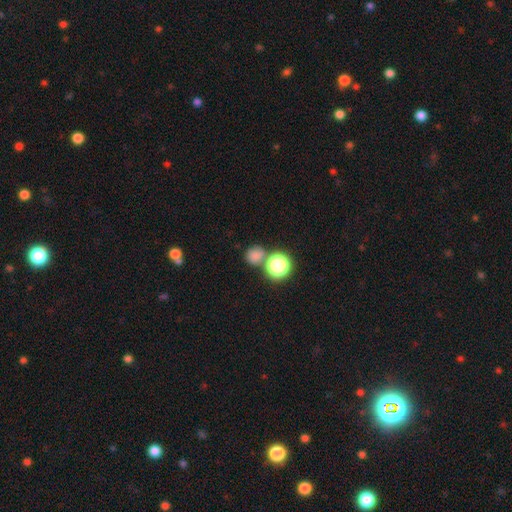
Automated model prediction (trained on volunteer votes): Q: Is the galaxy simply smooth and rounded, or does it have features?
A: smooth — 74%.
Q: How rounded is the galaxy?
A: round — 80%.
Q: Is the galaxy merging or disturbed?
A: none — 64%.